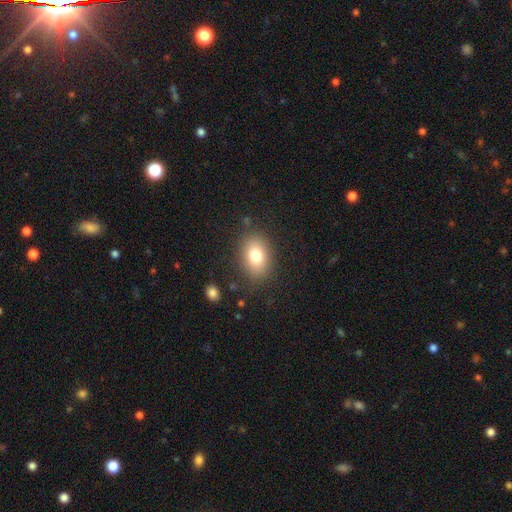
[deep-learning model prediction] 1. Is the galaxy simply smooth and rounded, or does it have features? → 78% smooth, 12% featured or disk, 10% star or artifact.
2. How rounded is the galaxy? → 76% in between, 23% round, 1% cigar-shaped.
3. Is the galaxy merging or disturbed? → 83% none, 11% minor disturbance, 4% major disturbance, 2% merger.